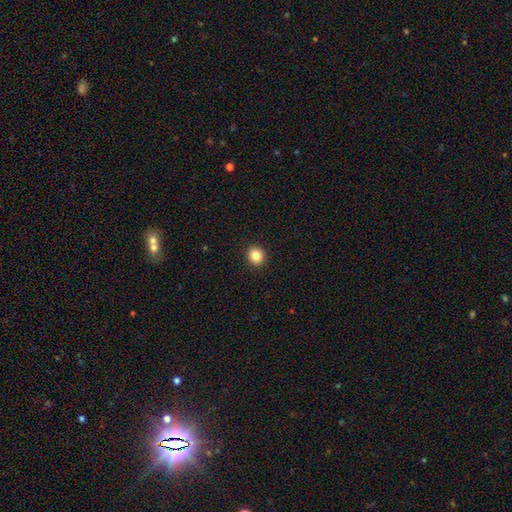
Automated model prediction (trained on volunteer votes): Smooth or featured? Predicted: smooth (p=0.85). How rounded? Predicted: round (p=0.85). Merging? Predicted: none (p=0.93).